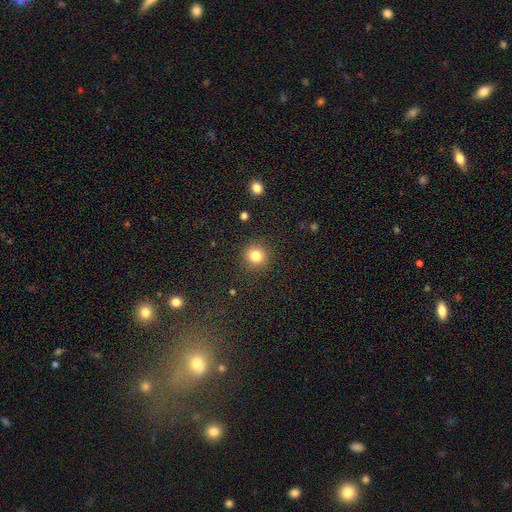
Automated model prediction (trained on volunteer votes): A smooth galaxy with no disk features (82%) that is round (92%). Merging: none (90%).